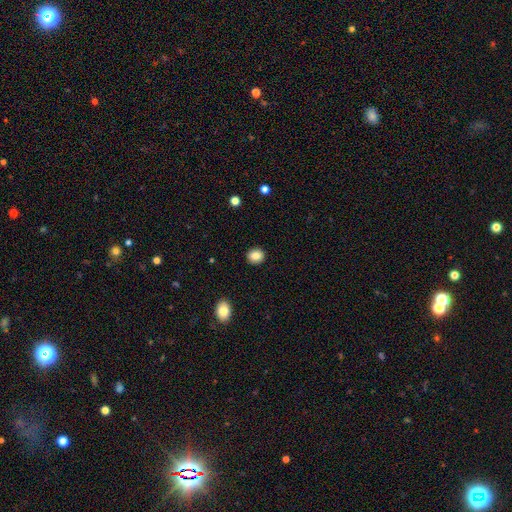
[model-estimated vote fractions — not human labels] A smooth galaxy with no disk features (86%) that is round (74%). Merging: none (91%).